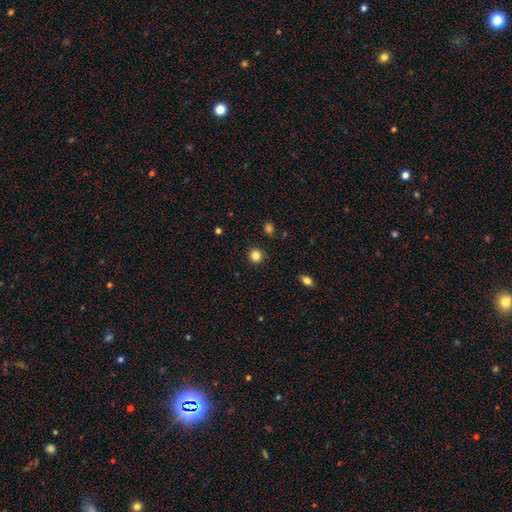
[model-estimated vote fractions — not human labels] smooth-or-featured: smooth: 84% | star or artifact: 12% | featured or disk: 4%
  how-rounded: round: 93% | in between: 6% | cigar-shaped: 1%
  merging: none: 91% | minor disturbance: 6% | major disturbance: 2% | merger: 1%